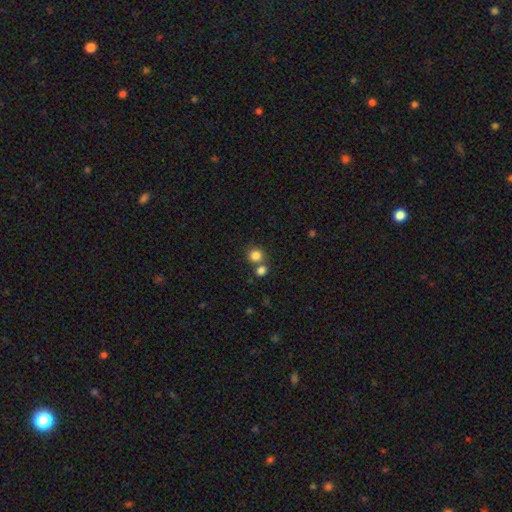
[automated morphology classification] smooth_or_featured: smooth (p=0.83) [alt: star or artifact p=0.11]
how_rounded: round (p=0.89) [alt: in between p=0.11]
merging: none (p=0.62) [alt: merger p=0.28]